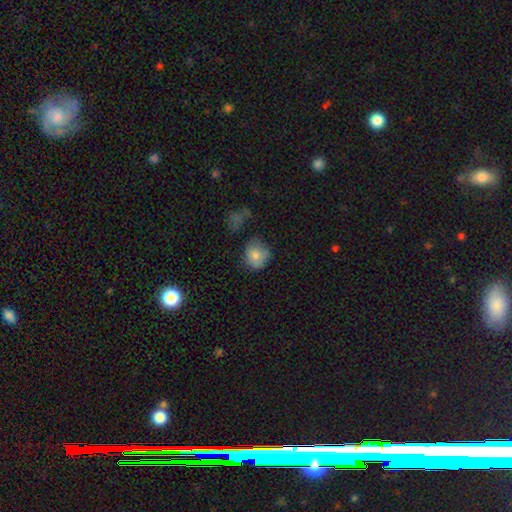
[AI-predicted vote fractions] Overall: smooth (80%). How rounded: round (74%). Merging: none (59%; minor disturbance 27%).